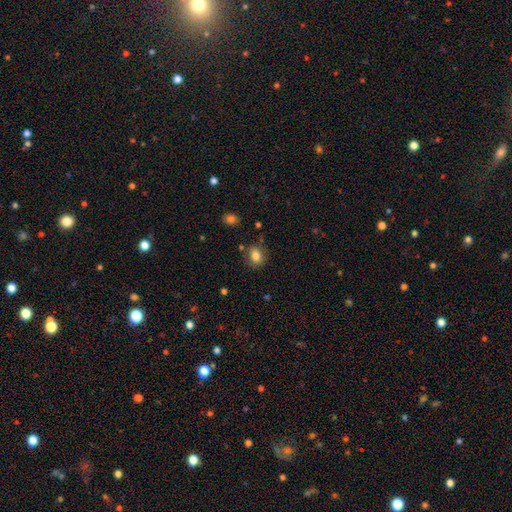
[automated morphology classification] A smooth galaxy with no disk features (81%) that is in between round and cigar-shaped (55%). Merging: none (78%).